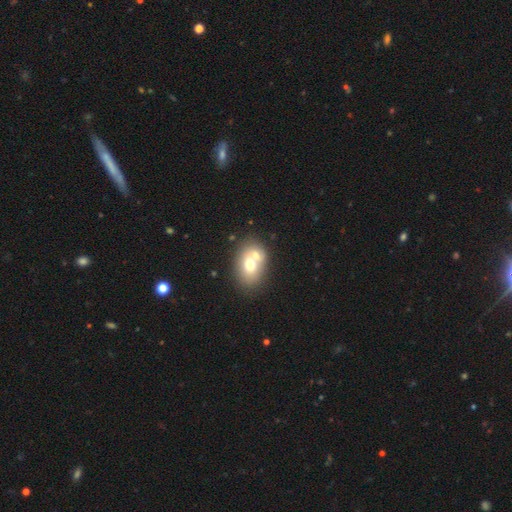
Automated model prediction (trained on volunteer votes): A smooth galaxy with no disk features (64%) that is in between round and cigar-shaped (70%).

Vote fractions:
- Smooth or featured? smooth: 64% / featured or disk: 27% / star or artifact: 9%
- How rounded? in between: 70% / round: 29% / cigar-shaped: 1%
- Merging? merger: 49% / none: 37% / minor disturbance: 10% / major disturbance: 4%